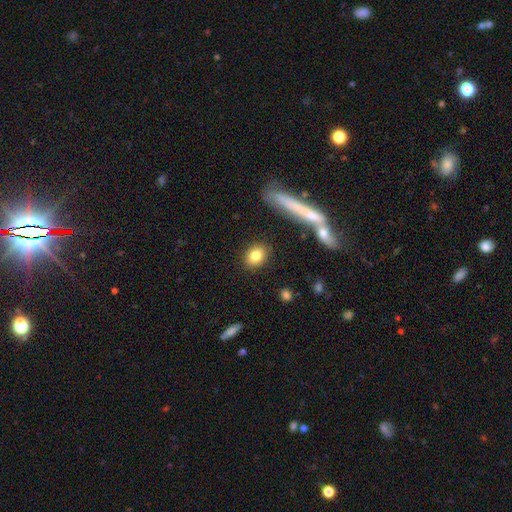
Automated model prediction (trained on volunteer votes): smooth-or-featured: smooth: 81% | featured or disk: 10% | star or artifact: 9%
  how-rounded: in between: 55% | round: 42% | cigar-shaped: 3%
  merging: none: 87% | minor disturbance: 8% | merger: 3% | major disturbance: 2%